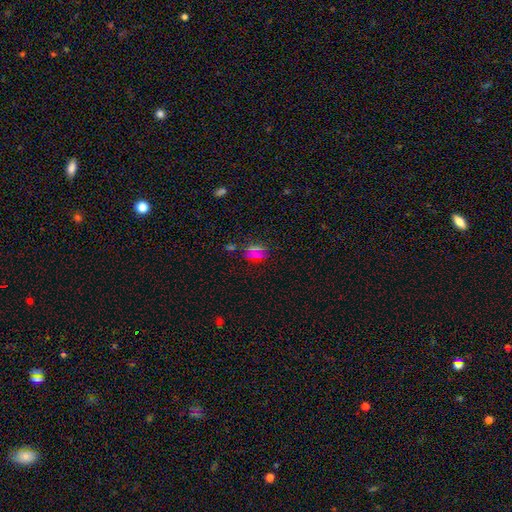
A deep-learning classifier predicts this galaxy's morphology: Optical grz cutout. It shows a smooth galaxy with no disk features (54%) that is in between round and cigar-shaped (58%). Merging: none (73%).